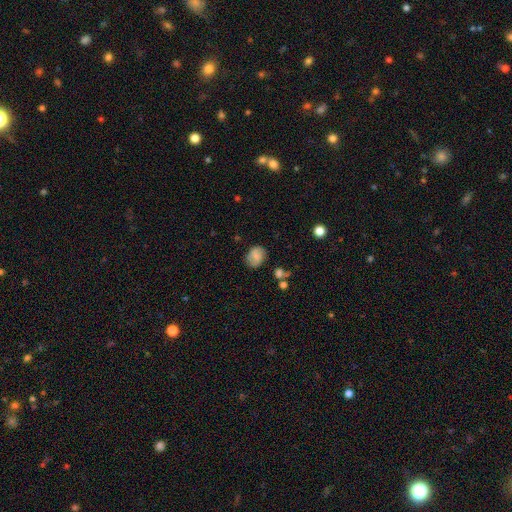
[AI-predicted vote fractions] A smooth galaxy with no disk features (68%) that is in between round and cigar-shaped (50%).

Vote fractions:
- Smooth or featured? smooth: 68% / featured or disk: 22% / star or artifact: 10%
- How rounded? in between: 50% / round: 49% / cigar-shaped: 1%
- Merging? none: 74% / minor disturbance: 18% / major disturbance: 5% / merger: 3%